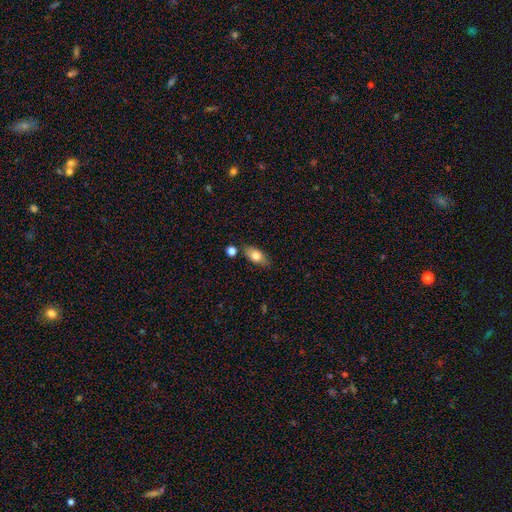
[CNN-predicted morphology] A smooth galaxy with no disk features (78%) that is in between round and cigar-shaped (85%). Merging: none (76%).